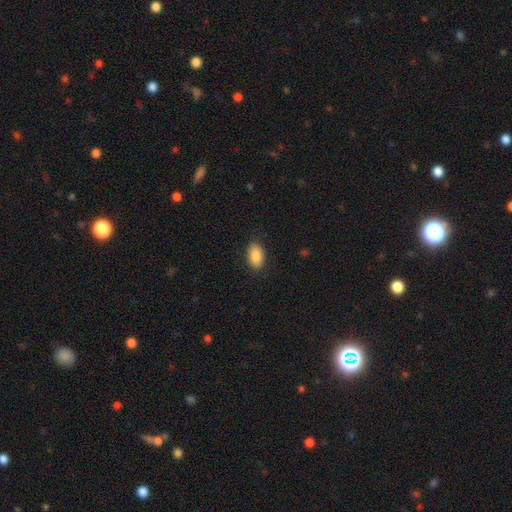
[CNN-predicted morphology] smooth-or-featured: smooth: 88% | star or artifact: 7% | featured or disk: 5%
  how-rounded: in between: 93% | round: 5% | cigar-shaped: 2%
  merging: none: 87% | minor disturbance: 10% | major disturbance: 3% | merger: 1%